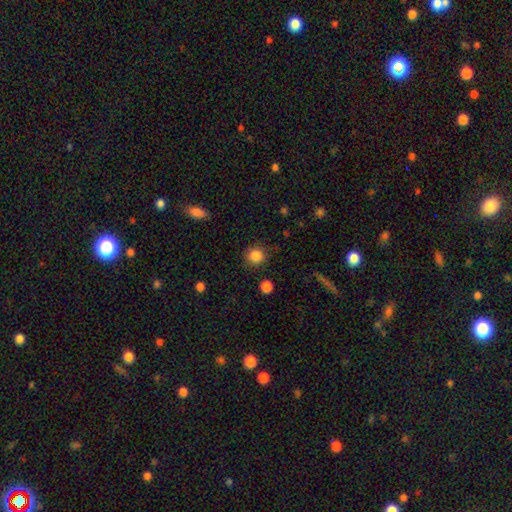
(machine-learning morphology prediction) Smooth or featured? smooth (86%)
How rounded? round (90%)
Merging? none (84%)